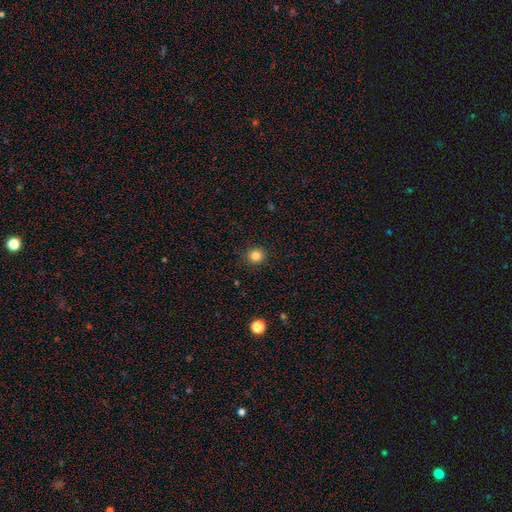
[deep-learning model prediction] smooth-or-featured: smooth: 84% | star or artifact: 12% | featured or disk: 4%
  how-rounded: round: 91% | in between: 8% | cigar-shaped: 1%
  merging: none: 91% | minor disturbance: 6% | major disturbance: 2% | merger: 1%